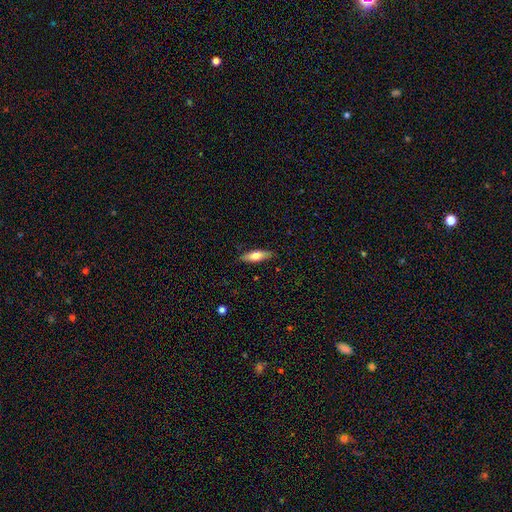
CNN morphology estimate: smooth-or-featured: smooth: 64% | featured or disk: 30% | star or artifact: 6%
  how-rounded: cigar-shaped: 52% | in between: 46% | round: 2%
  merging: none: 86% | minor disturbance: 11% | major disturbance: 2% | merger: 1%